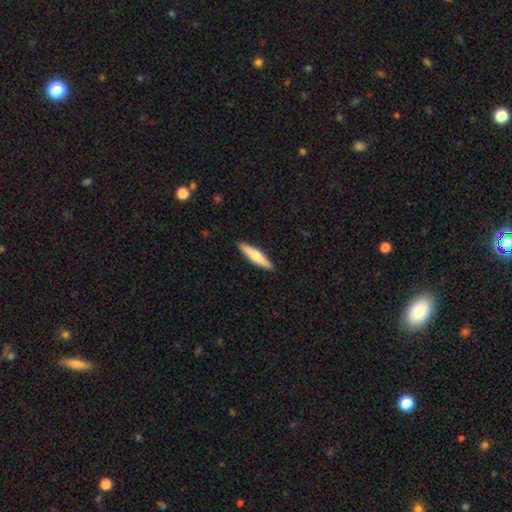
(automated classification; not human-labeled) A smooth galaxy with no disk features (63%) that is cigar-shaped (84%). Merging: none (91%).